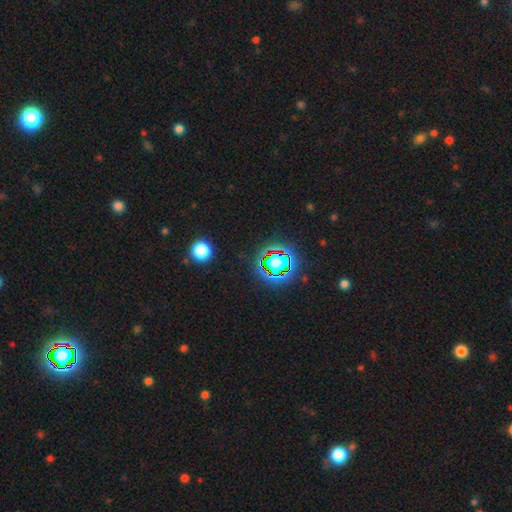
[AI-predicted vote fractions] A star or artifact, not a galaxy (80%).

Vote fractions:
- Smooth or featured? star or artifact: 80% / smooth: 13% / featured or disk: 7%